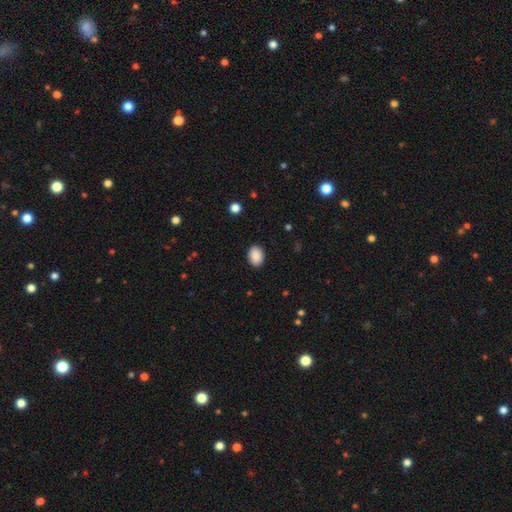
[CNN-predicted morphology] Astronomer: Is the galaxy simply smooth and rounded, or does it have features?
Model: smooth — 90%.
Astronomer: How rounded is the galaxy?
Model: in between — 78%.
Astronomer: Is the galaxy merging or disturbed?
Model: none — 90%.